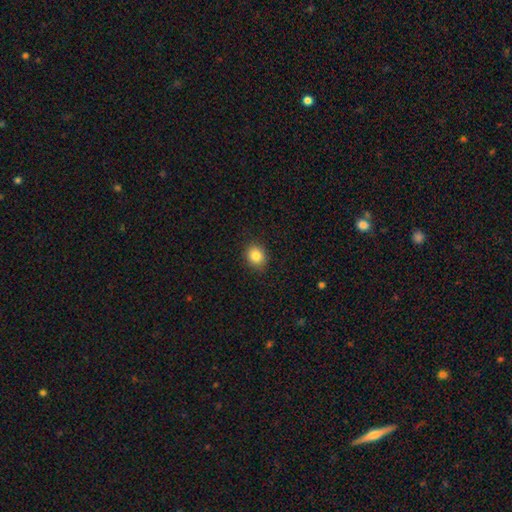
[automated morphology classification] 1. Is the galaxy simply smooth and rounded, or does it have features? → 84% smooth, 10% star or artifact, 6% featured or disk.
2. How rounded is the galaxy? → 64% round, 35% in between, 1% cigar-shaped.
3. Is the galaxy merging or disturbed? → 89% none, 8% minor disturbance, 2% major disturbance, 1% merger.